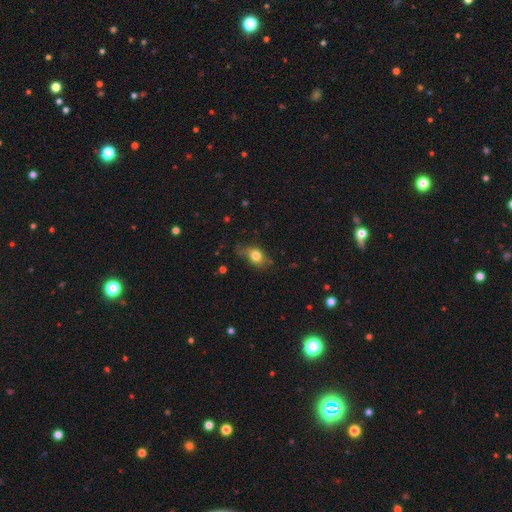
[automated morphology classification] A smooth galaxy with no disk features (73%) that is in between round and cigar-shaped (61%).

Vote fractions:
- Smooth or featured? smooth: 73% / featured or disk: 16% / star or artifact: 11%
- How rounded? in between: 61% / round: 35% / cigar-shaped: 4%
- Merging? none: 61% / minor disturbance: 28% / major disturbance: 9% / merger: 2%